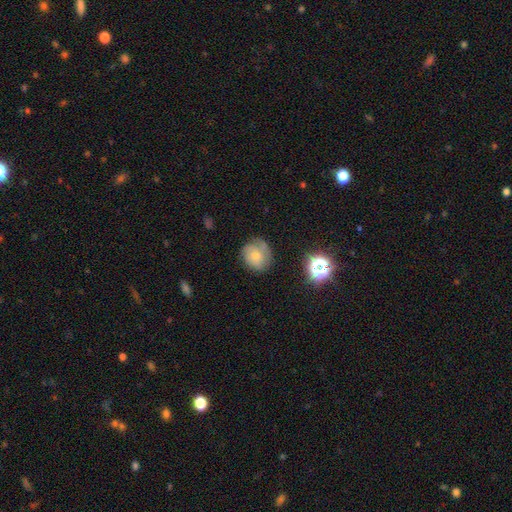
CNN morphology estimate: Smooth or featured: smooth — 60% (featured or disk — 28%)
How rounded: round — 79% (in between — 20%)
Merging: none — 64% (minor disturbance — 25%)